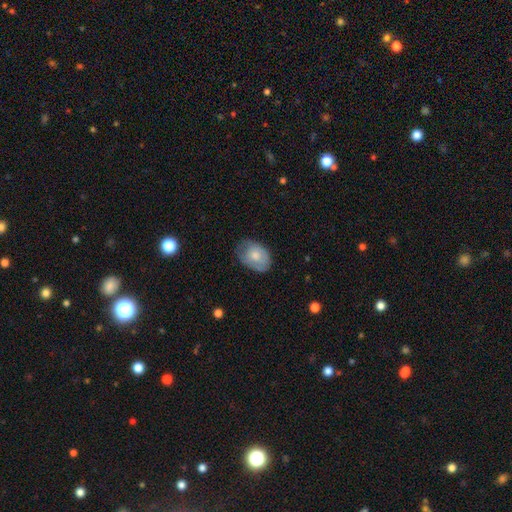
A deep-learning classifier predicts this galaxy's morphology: A smooth galaxy with no disk features (70%) that is in between round and cigar-shaped (78%). Merging: none (61%).